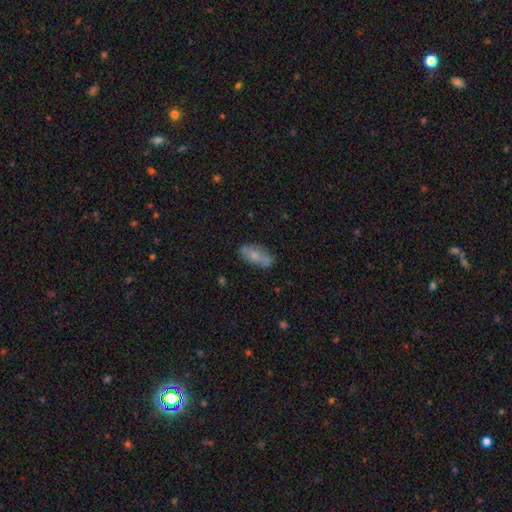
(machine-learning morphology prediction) A smooth galaxy with no disk features (59%) that is in between round and cigar-shaped (75%).

Vote fractions:
- Smooth or featured? smooth: 59% / featured or disk: 33% / star or artifact: 8%
- How rounded? in between: 75% / cigar-shaped: 20% / round: 4%
- Merging? none: 67% / minor disturbance: 19% / merger: 9% / major disturbance: 5%